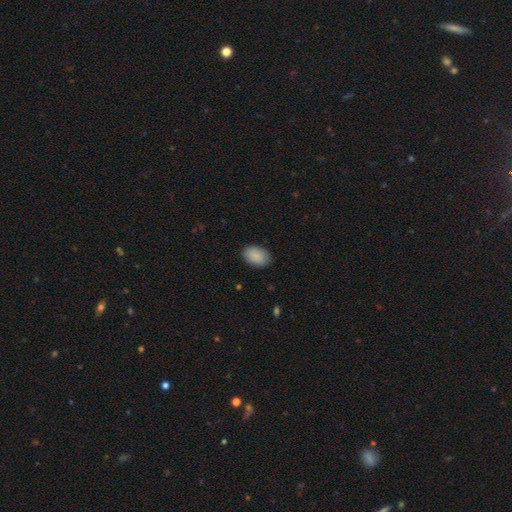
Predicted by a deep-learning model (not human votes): Q: Smooth or featured?
A: smooth (89%); runner-up: star or artifact (6%)
Q: How rounded?
A: in between (89%); runner-up: round (10%)
Q: Merging?
A: none (85%); runner-up: minor disturbance (12%)